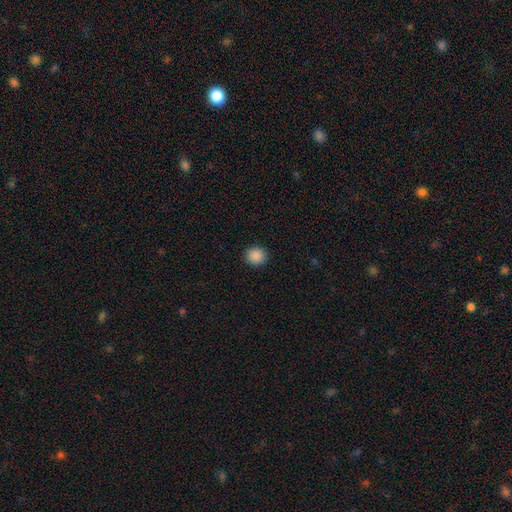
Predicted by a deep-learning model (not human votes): Smooth or featured? smooth (89%)
How rounded? round (87%)
Merging? none (92%)